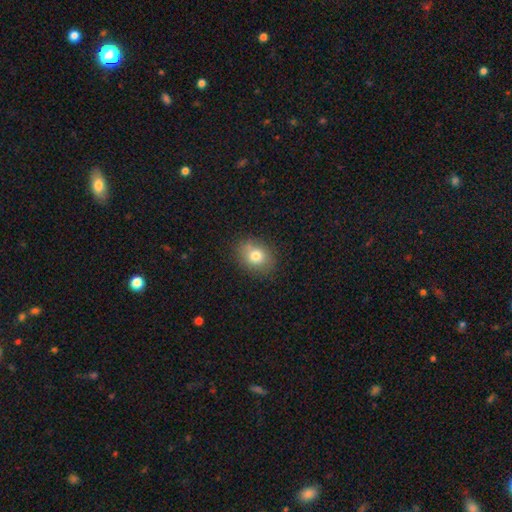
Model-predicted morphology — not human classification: This is likely a smooth galaxy (78%). How rounded: possibly in between (51%). Merging: clearly none (81%).